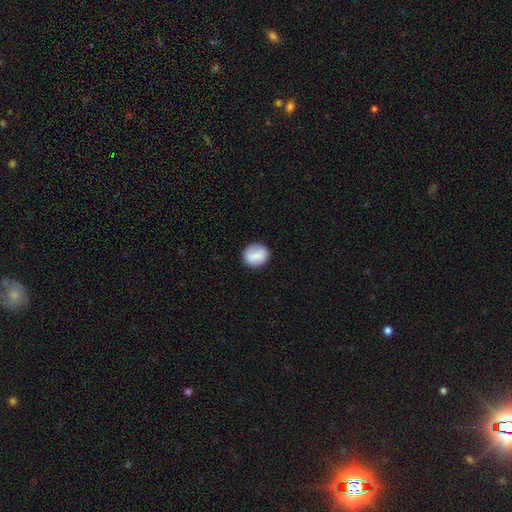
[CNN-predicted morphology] smooth 81%, featured or disk 11%, star or artifact 7%. Down the decision tree: how rounded — round (77%); merging — none (85%).